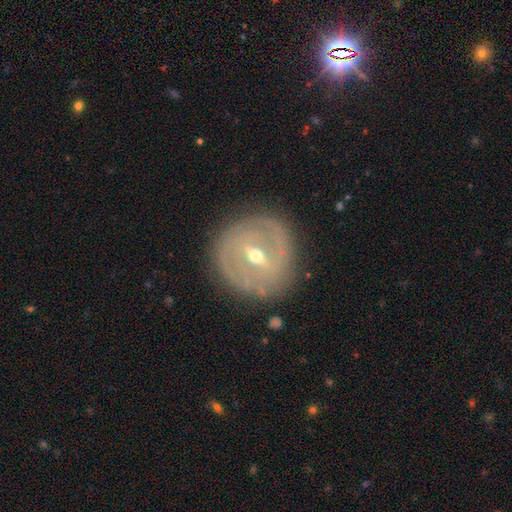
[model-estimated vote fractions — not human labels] Smooth or featured? featured or disk (77%)
Edge-on disk? no (93%)
Bar? weak (46%)
Spiral arms? yes (70%)
Spiral winding? tight (68%)
Spiral arm count? can't tell (42%)
Bulge size? moderate (55%)
Merging? none (83%)